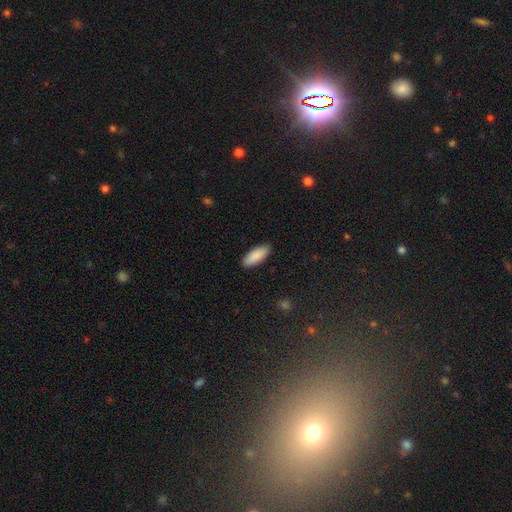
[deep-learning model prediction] Smooth or featured: smooth — 90% (star or artifact — 5%)
How rounded: in between — 73% (cigar-shaped — 25%)
Merging: none — 89% (minor disturbance — 8%)